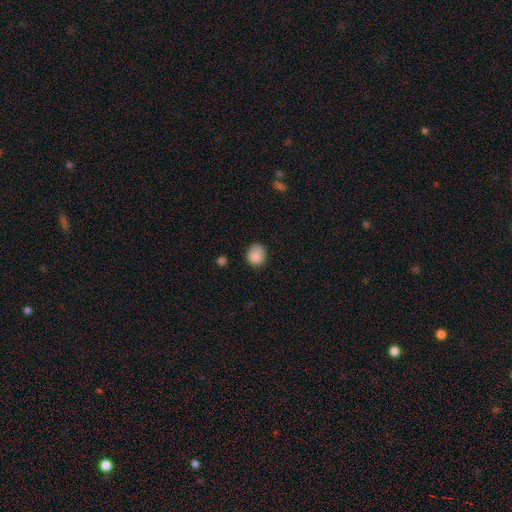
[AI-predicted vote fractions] Q: Smooth or featured?
A: smooth (87%); runner-up: star or artifact (9%)
Q: How rounded?
A: round (70%); runner-up: in between (29%)
Q: Merging?
A: none (76%); runner-up: minor disturbance (19%)